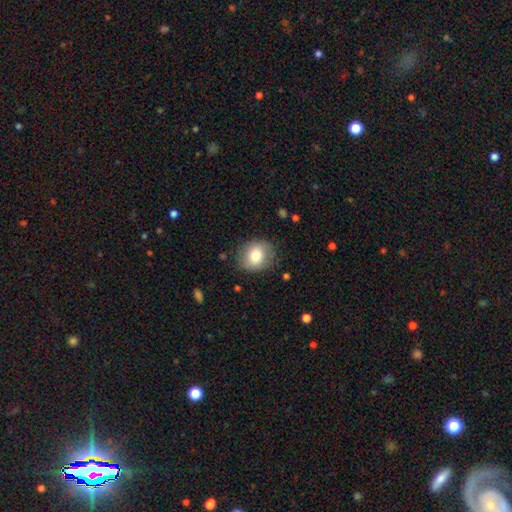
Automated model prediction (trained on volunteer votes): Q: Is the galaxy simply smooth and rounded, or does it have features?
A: smooth — 77%.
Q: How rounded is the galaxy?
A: round — 68%.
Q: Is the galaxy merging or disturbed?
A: none — 84%.